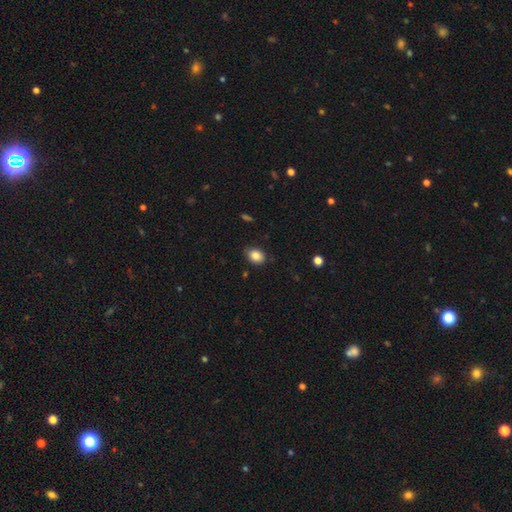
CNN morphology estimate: type=smooth (84%); roundness=in between (65%); merging=none (78%).